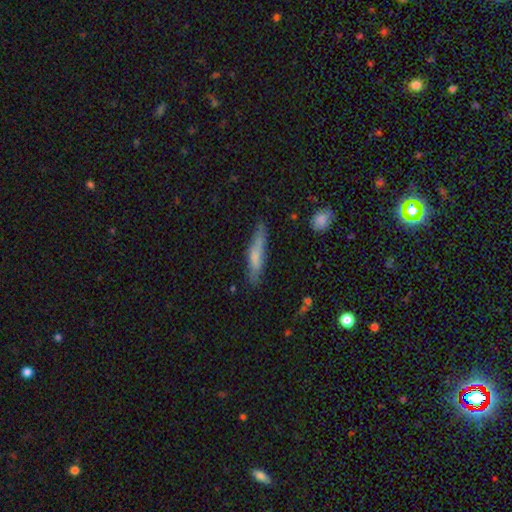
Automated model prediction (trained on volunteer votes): smooth-or-featured: smooth: 67% | featured or disk: 27% | star or artifact: 7%
  how-rounded: cigar-shaped: 85% | in between: 13% | round: 2%
  merging: none: 71% | minor disturbance: 22% | major disturbance: 5% | merger: 3%